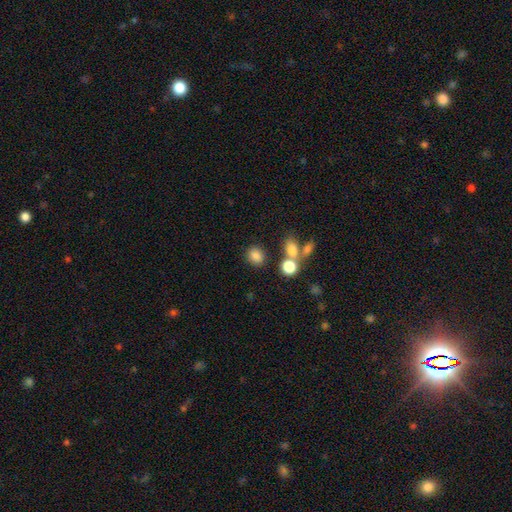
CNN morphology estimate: A smooth galaxy with no disk features (83%) that is round (65%). Merging: none (74%).